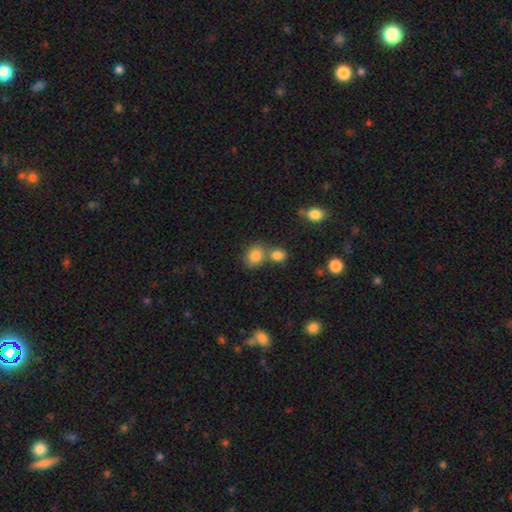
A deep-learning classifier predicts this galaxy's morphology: A smooth galaxy with no disk features (82%) that is in between round and cigar-shaped (50%).

Vote fractions:
- Smooth or featured? smooth: 82% / star or artifact: 11% / featured or disk: 7%
- How rounded? in between: 50% / round: 49% / cigar-shaped: 1%
- Merging? none: 51% / merger: 36% / minor disturbance: 10% / major disturbance: 4%